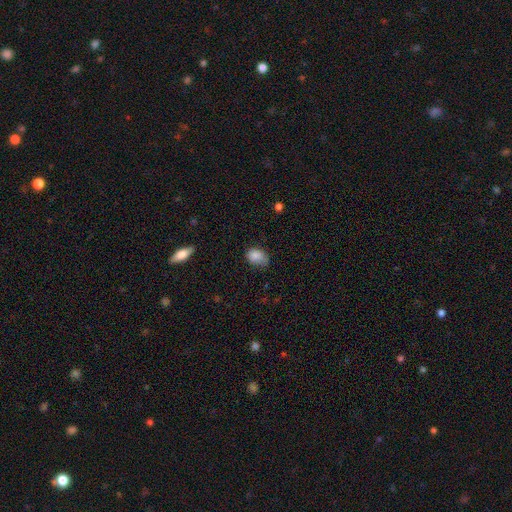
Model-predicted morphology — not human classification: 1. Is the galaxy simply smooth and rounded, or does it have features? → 84% smooth, 9% star or artifact, 7% featured or disk.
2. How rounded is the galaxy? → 68% in between, 31% round, 1% cigar-shaped.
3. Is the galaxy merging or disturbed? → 51% none, 37% minor disturbance, 10% major disturbance, 2% merger.